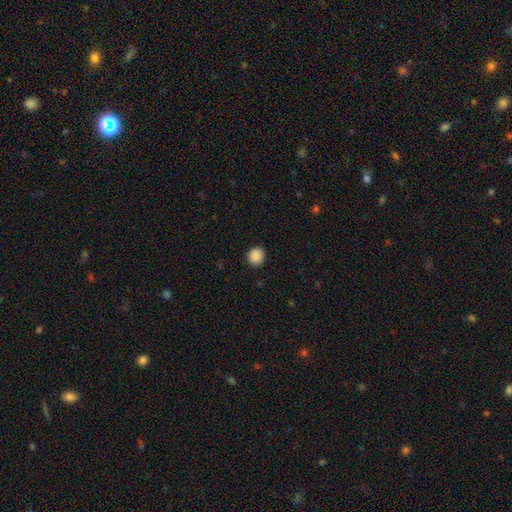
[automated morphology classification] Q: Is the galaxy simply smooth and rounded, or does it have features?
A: smooth — 89%.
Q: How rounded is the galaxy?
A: round — 90%.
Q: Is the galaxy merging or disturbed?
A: none — 91%.